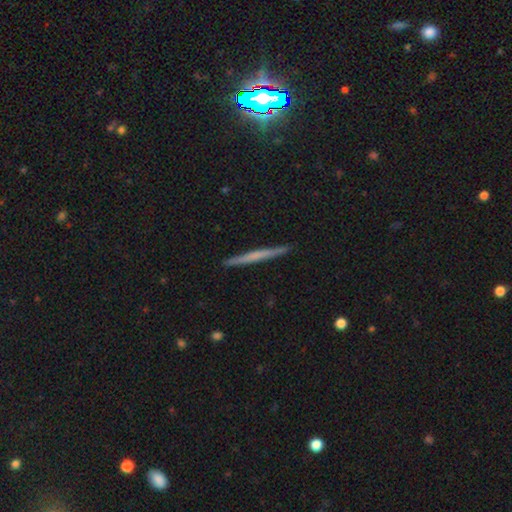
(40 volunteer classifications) featured or disk 57%, smooth 30%, star or artifact 12%. Down the decision tree: edge-on disk — yes (100%); edge-on bulge — none (78%); merging — none (94%).